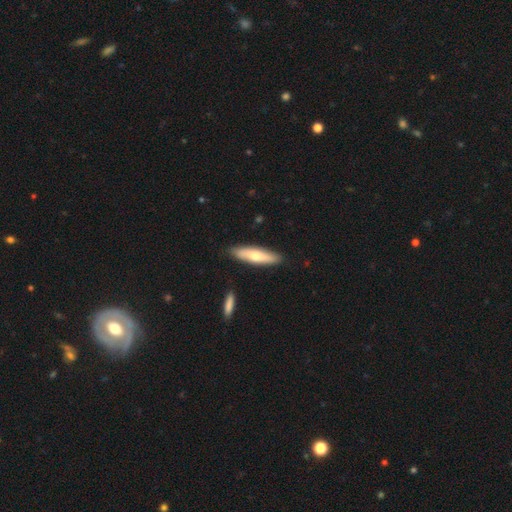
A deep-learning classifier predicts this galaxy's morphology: Smooth or featured? Predicted: smooth (p=0.65). How rounded? Predicted: cigar-shaped (p=0.75). Merging? Predicted: none (p=0.86).